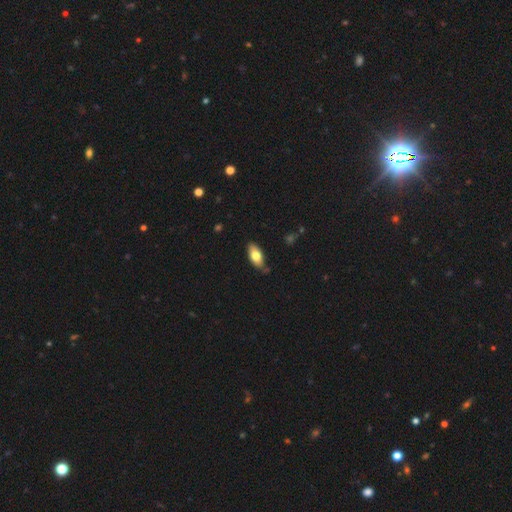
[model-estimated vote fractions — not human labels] This is likely a smooth galaxy (75%). How rounded: clearly in between (90%). Merging: likely none (78%).